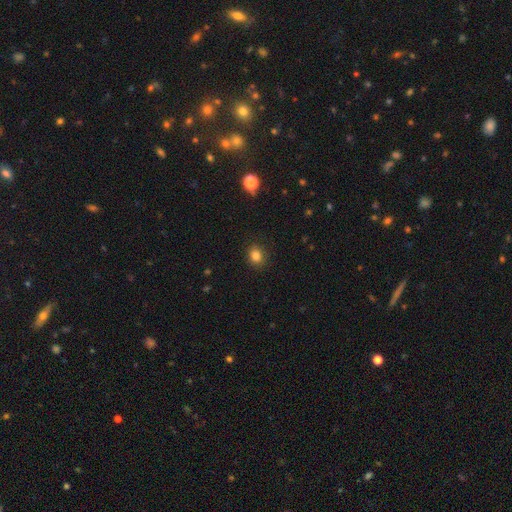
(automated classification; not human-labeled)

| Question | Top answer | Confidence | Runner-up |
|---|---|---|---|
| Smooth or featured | smooth | 83% | star or artifact (12%) |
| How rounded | round | 66% | in between (33%) |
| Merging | none | 89% | minor disturbance (8%) |